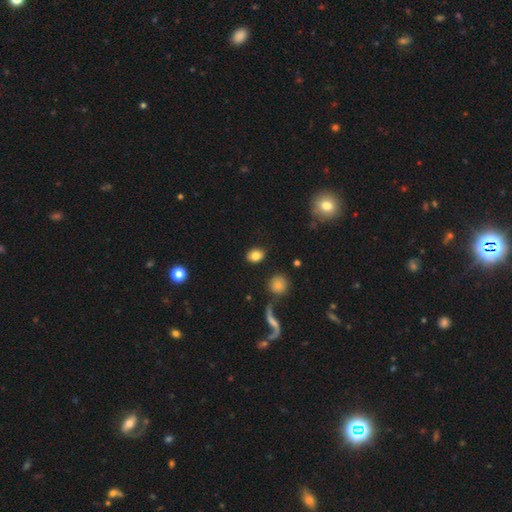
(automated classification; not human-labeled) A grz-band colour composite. It shows a smooth galaxy with no disk features (83%) that is in between round and cigar-shaped (58%). Merging: none (87%).